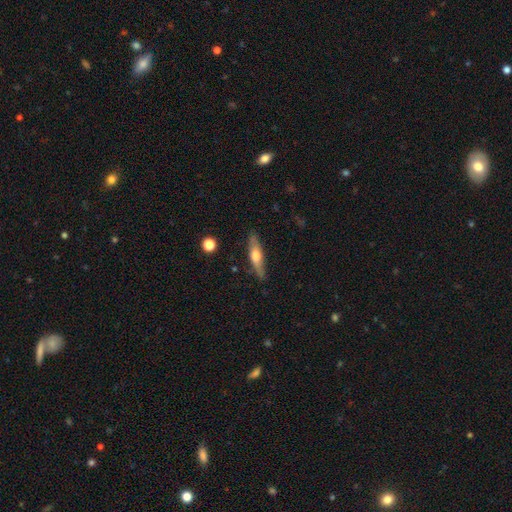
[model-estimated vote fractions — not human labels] This is possibly a featured or disk galaxy (51%). It is clearly viewed edge-on (90%). Merging: clearly none (83%).